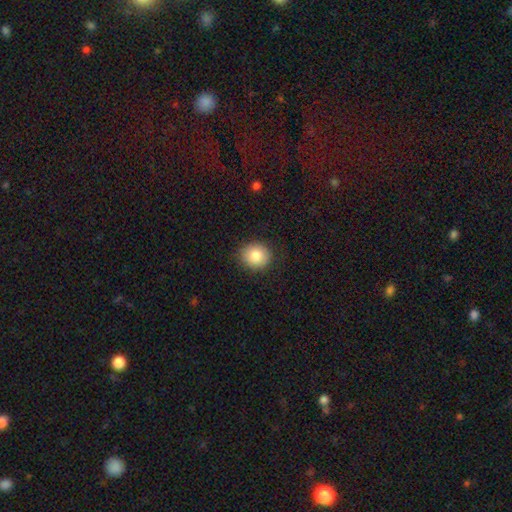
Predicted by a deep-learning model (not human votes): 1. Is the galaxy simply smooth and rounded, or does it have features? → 84% smooth, 9% star or artifact, 7% featured or disk.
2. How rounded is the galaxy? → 81% round, 18% in between, 1% cigar-shaped.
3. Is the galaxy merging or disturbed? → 87% none, 9% minor disturbance, 3% major disturbance, 1% merger.